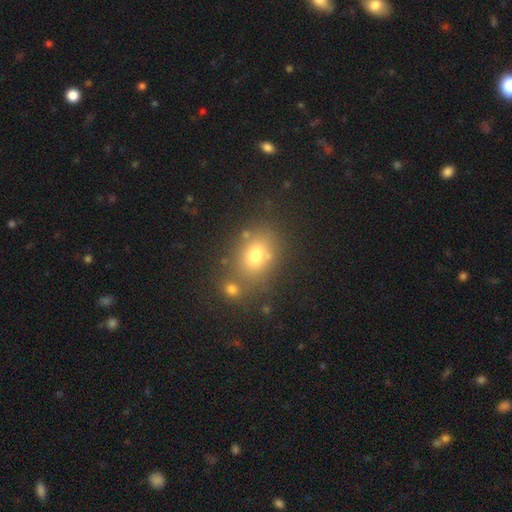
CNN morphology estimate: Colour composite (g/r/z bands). It shows a smooth galaxy with no disk features (72%) that is in between round and cigar-shaped (61%). Merging: none (68%).